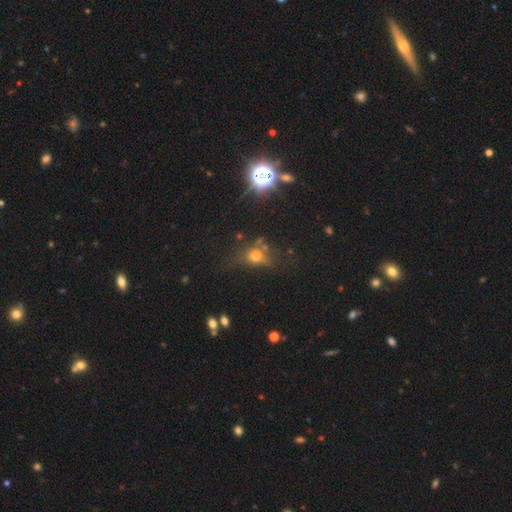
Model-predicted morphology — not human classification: A smooth galaxy with no disk features (52%) that is round (61%).

Vote fractions:
- Smooth or featured? smooth: 52% / star or artifact: 30% / featured or disk: 18%
- How rounded? round: 61% / in between: 35% / cigar-shaped: 5%
- Merging? none: 57% / minor disturbance: 20% / major disturbance: 15% / merger: 8%